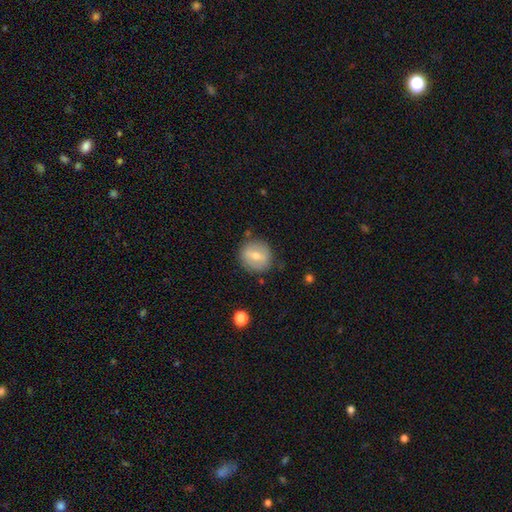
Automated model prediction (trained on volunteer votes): The model was most divided on "smooth or featured": smooth: 56%, featured or disk: 37%, star or artifact: 7%. More confident: how rounded — round (86%); merging — none (81%).